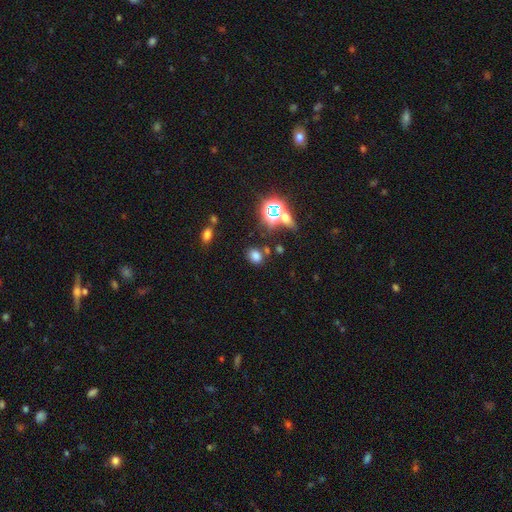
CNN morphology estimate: The model was most divided on "how rounded": in between: 55%, round: 43%, cigar-shaped: 2%. More confident: merging — none (75%); smooth or featured — smooth (69%).